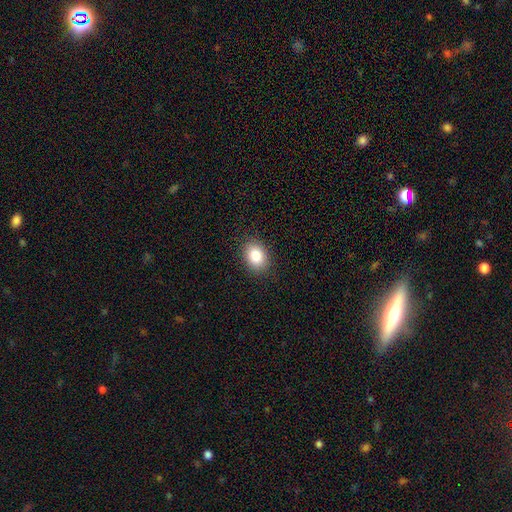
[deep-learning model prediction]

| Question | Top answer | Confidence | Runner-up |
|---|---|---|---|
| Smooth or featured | smooth | 83% | star or artifact (9%) |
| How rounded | in between | 66% | round (33%) |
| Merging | none | 88% | minor disturbance (8%) |